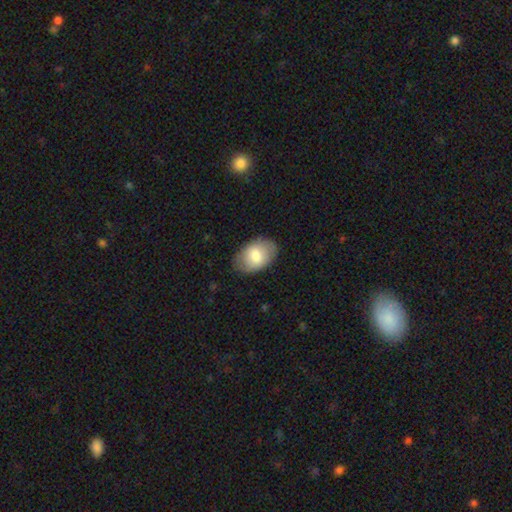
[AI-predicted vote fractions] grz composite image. It shows a smooth galaxy with no disk features (76%) that is in between round and cigar-shaped (88%). Merging: none (80%).